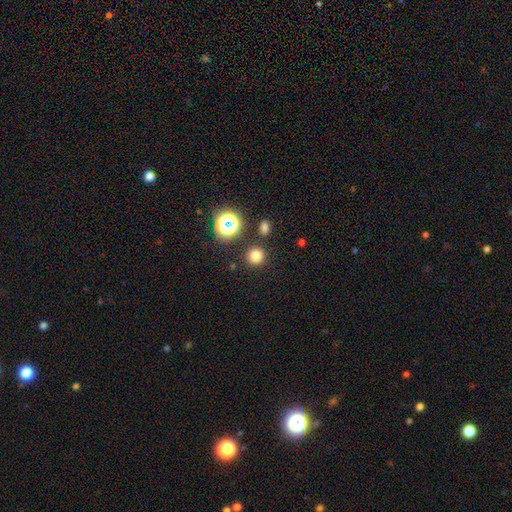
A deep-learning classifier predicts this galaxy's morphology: type=smooth (76%); roundness=round (93%); merging=none (86%).